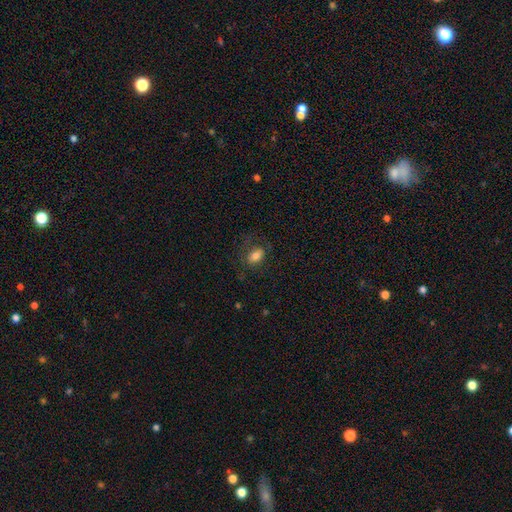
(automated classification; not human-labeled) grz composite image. It shows a smooth galaxy with no disk features (78%) that is in between round and cigar-shaped (85%). Merging: none (68%).